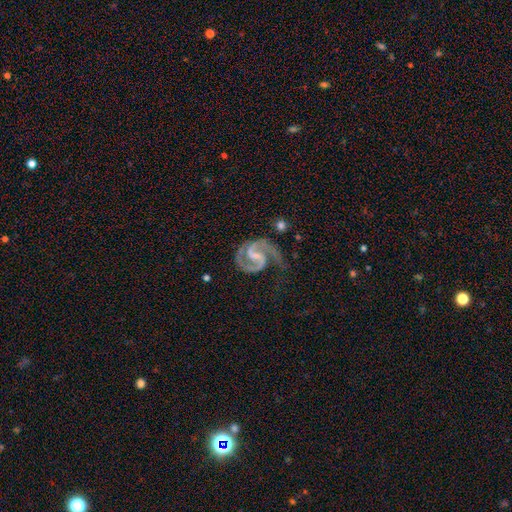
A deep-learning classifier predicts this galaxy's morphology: The model was most divided on "bulge size": none: 48%, small: 32%, moderate: 17%, large: 3%, dominant: 1%. Remaining: edge-on disk — no (99%); spiral arms — yes (98%); smooth or featured — featured or disk (93%); spiral arm count — 2 (93%); spiral winding — medium (61%); merging — none (60%); bar — weak (49%).